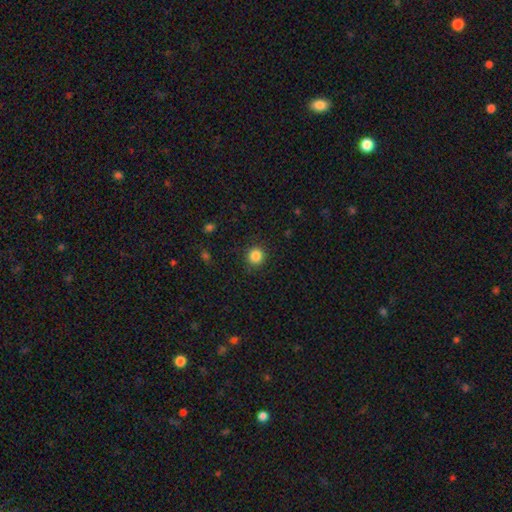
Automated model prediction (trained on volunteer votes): A smooth galaxy with no disk features (85%) that is round (93%). Merging: none (90%).